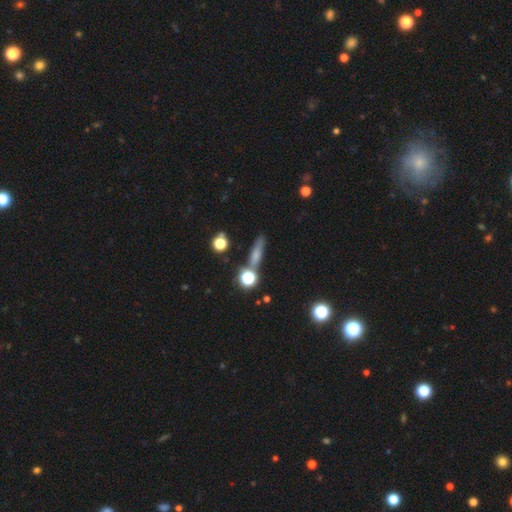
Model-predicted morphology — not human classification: A smooth galaxy with no disk features (59%) that is cigar-shaped (63%).

Vote fractions:
- Smooth or featured? smooth: 59% / featured or disk: 22% / star or artifact: 19%
- How rounded? cigar-shaped: 63% / in between: 24% / round: 13%
- Merging? none: 71% / minor disturbance: 13% / merger: 11% / major disturbance: 5%